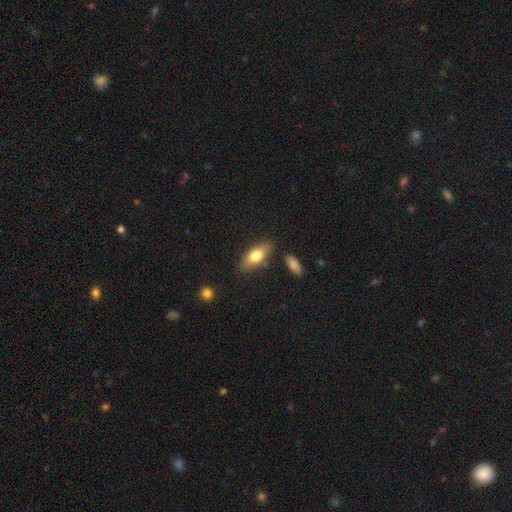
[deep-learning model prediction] smooth_or_featured: smooth (p=0.73) [alt: featured or disk p=0.21]
how_rounded: in between (p=0.76) [alt: cigar-shaped p=0.21]
merging: none (p=0.80) [alt: minor disturbance p=0.13]